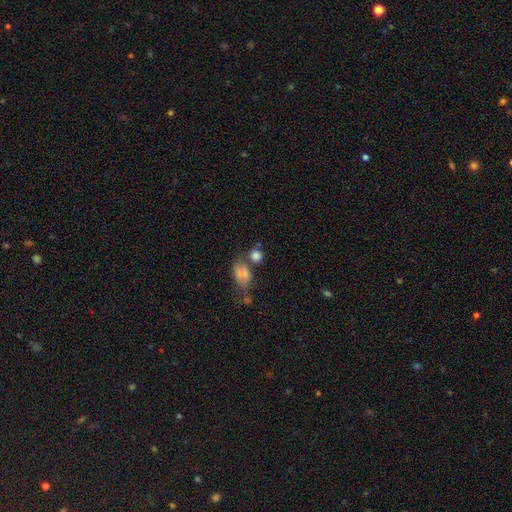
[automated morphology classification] type=smooth (78%); roundness=round (65%); merging=none (46%).